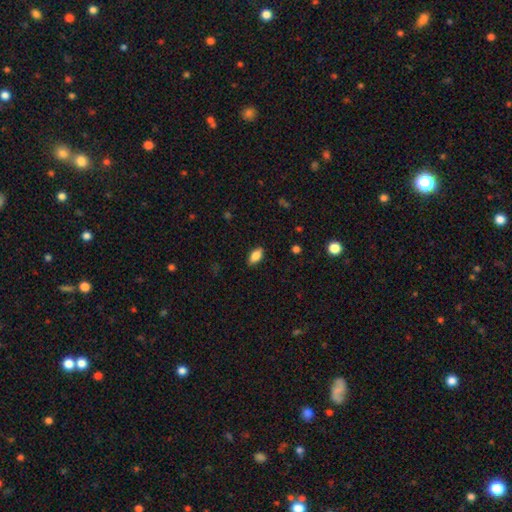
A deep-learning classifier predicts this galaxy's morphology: This appears to be a smooth galaxy with no disk features (84%) that is in between round and cigar-shaped (90%). Merging: none (87%).